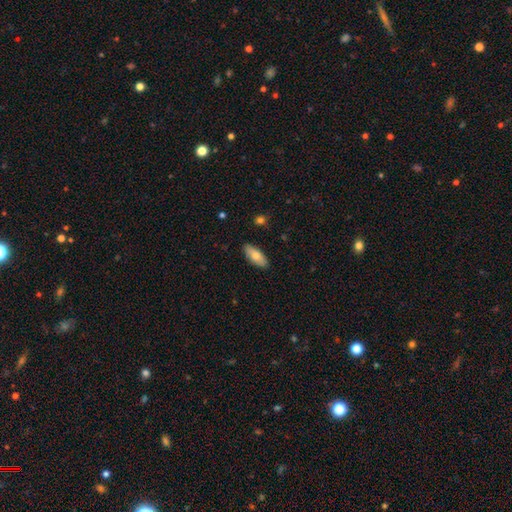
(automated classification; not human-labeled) Smooth or featured: smooth — 74% (featured or disk — 20%)
How rounded: in between — 83% (cigar-shaped — 15%)
Merging: none — 87% (minor disturbance — 10%)